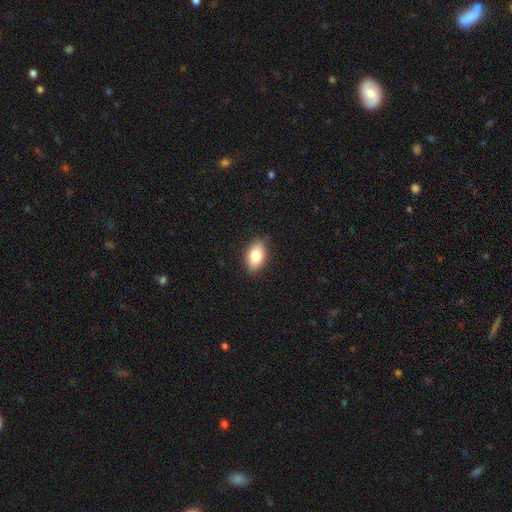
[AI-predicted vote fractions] A smooth galaxy with no disk features (80%) that is in between round and cigar-shaped (90%). Merging: none (86%).